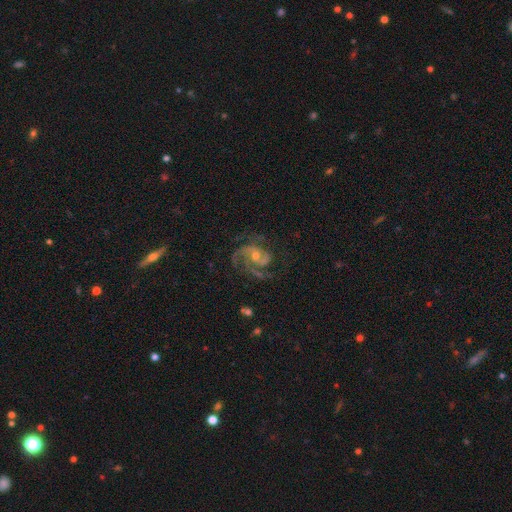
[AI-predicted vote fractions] Smooth or featured: featured or disk — 89% (star or artifact — 6%)
Edge-on disk: no — 98% (yes — 2%)
Bar: no — 62% (weak — 31%)
Spiral arms: yes — 97% (no — 3%)
Spiral winding: medium — 54% (tight — 29%)
Spiral arm count: 3 — 39% (2 — 35%)
Bulge size: moderate — 49% (small — 46%)
Merging: none — 59% (major disturbance — 20%)